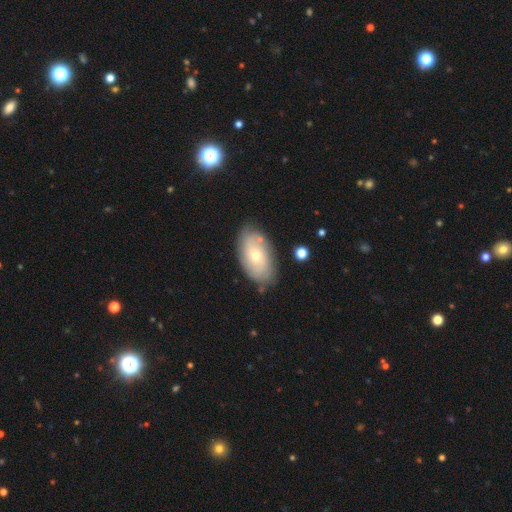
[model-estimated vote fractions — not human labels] Overall: featured or disk (51%; smooth 42%). Edge-on disk: no (90%). Merging: none (78%).